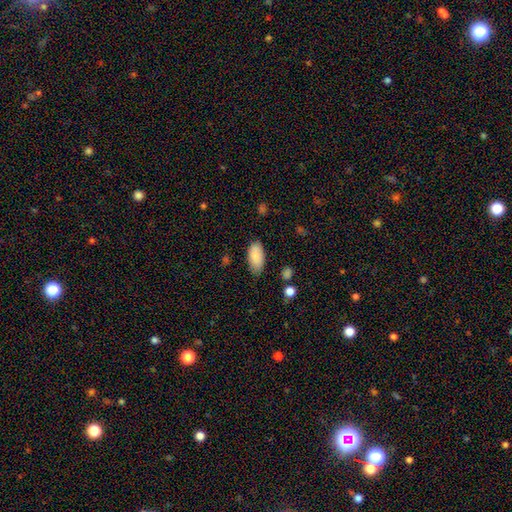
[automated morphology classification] Smooth or featured? Predicted: smooth (p=0.86). How rounded? Predicted: in between (p=0.93). Merging? Predicted: none (p=0.75).